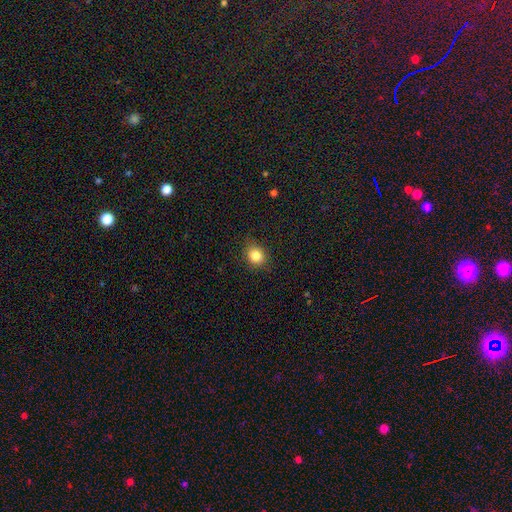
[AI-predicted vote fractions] Overall: smooth (84%). How rounded: round (70%). Merging: none (84%).